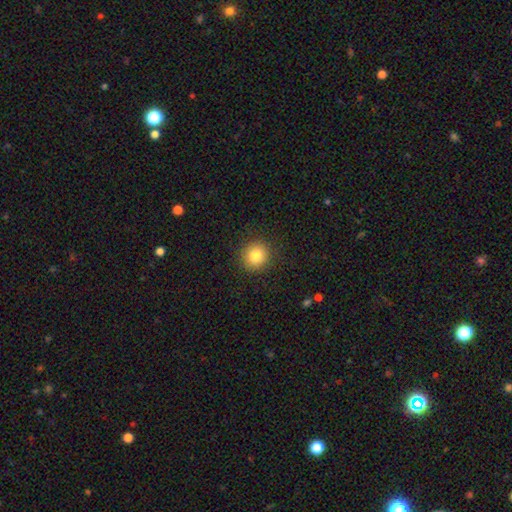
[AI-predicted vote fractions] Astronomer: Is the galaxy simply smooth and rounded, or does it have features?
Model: smooth — 82%.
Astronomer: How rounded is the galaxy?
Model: round — 91%.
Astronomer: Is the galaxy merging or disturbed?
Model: none — 90%.